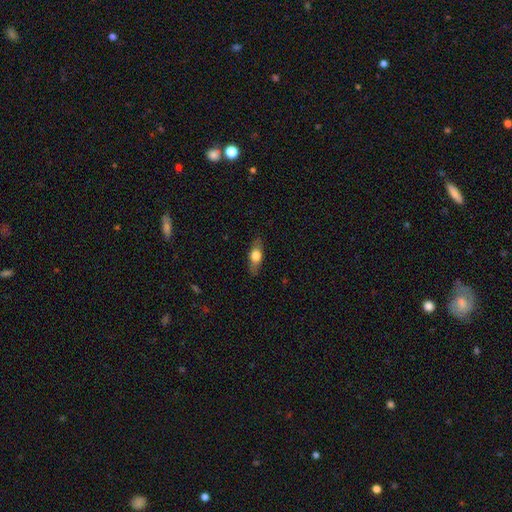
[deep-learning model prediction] Overall: smooth (62%; featured or disk 31%). How rounded: in between (65%; cigar-shaped 29%). Merging: none (84%).